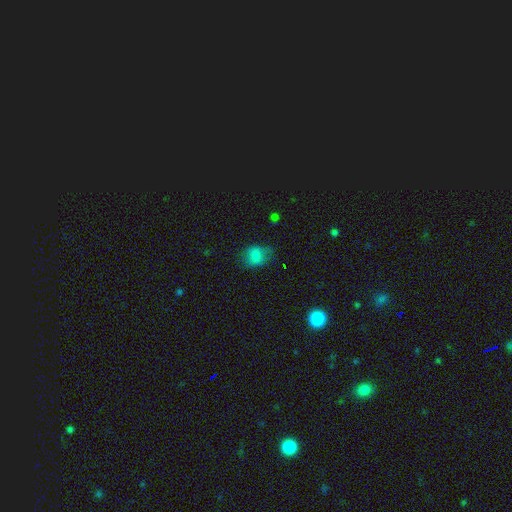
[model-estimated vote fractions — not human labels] This is likely a smooth galaxy (76%). How rounded: possibly in between (57%). Merging: possibly none (57%).